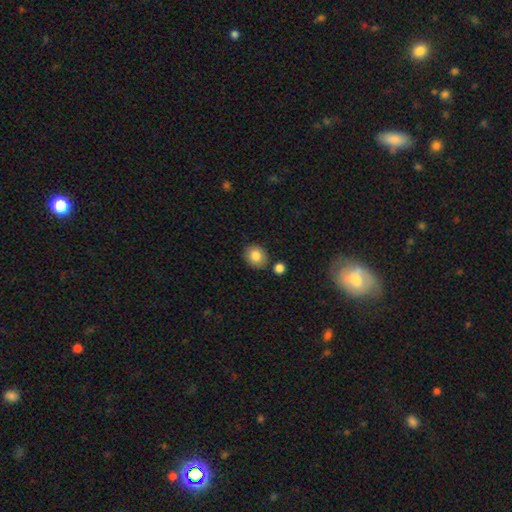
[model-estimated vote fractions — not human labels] smooth_or_featured: smooth (p=0.83) [alt: star or artifact p=0.09]
how_rounded: round (p=0.67) [alt: in between p=0.32]
merging: none (p=0.83) [alt: minor disturbance p=0.09]